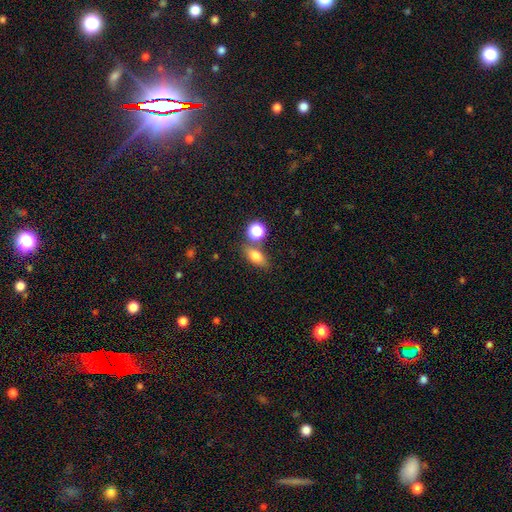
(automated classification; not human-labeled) smooth_or_featured: smooth (p=0.74) [alt: featured or disk p=0.14]
how_rounded: in between (p=0.72) [alt: round p=0.17]
merging: none (p=0.67) [alt: merger p=0.16]